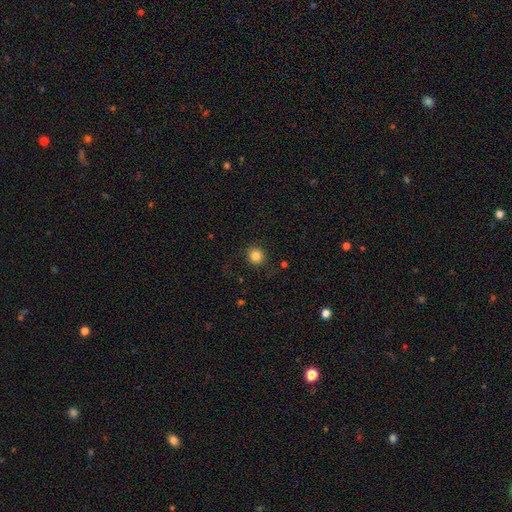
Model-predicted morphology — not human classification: Smooth or featured?
  - smooth: 84% *
  - star or artifact: 11%
  - featured or disk: 5%
How rounded?
  - round: 93% *
  - in between: 6%
  - cigar-shaped: 1%
Merging?
  - none: 86% *
  - minor disturbance: 9%
  - major disturbance: 4%
  - merger: 1%